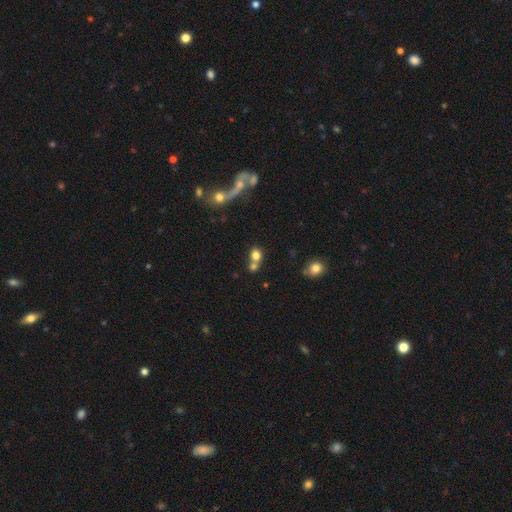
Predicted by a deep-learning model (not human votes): A smooth galaxy with no disk features (76%) that is round (68%).

Vote fractions:
- Smooth or featured? smooth: 76% / star or artifact: 13% / featured or disk: 11%
- How rounded? round: 68% / in between: 31% / cigar-shaped: 2%
- Merging? merger: 47% / none: 41% / minor disturbance: 8% / major disturbance: 4%